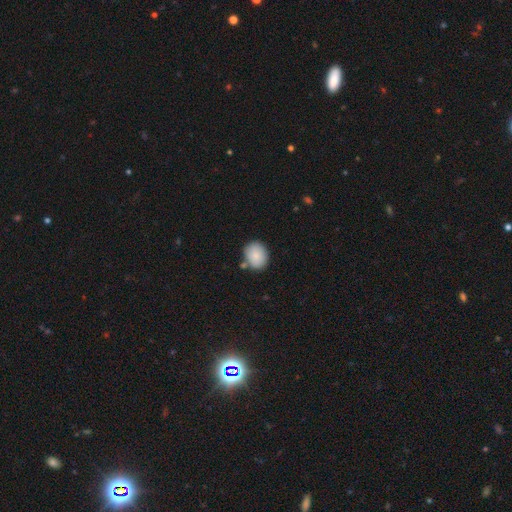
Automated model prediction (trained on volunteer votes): Smooth or featured? Predicted: smooth (p=0.86). How rounded? Predicted: round (p=0.50). Merging? Predicted: none (p=0.72).